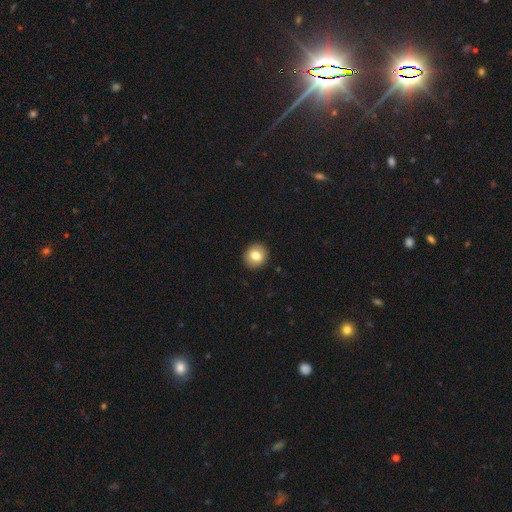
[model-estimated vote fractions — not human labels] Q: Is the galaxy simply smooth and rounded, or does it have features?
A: smooth — 78%.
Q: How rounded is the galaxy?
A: round — 81%.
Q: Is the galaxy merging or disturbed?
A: none — 91%.